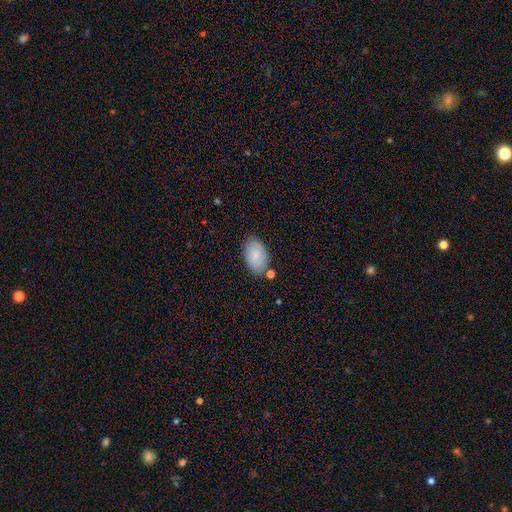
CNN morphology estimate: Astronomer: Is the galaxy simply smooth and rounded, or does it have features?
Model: smooth — 85%.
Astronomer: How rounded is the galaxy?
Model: in between — 94%.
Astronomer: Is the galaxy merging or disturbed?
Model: none — 78%.